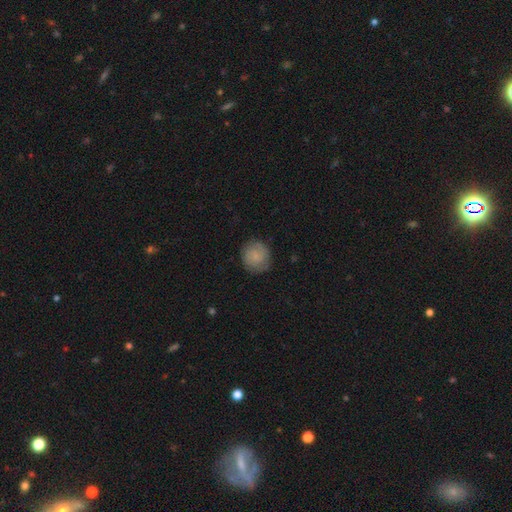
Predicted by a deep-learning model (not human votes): This is likely a smooth galaxy (73%). How rounded: clearly round (90%). Merging: clearly none (80%).